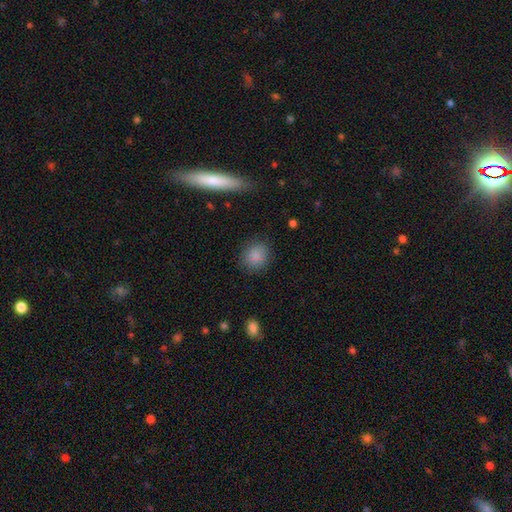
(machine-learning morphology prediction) A smooth galaxy with no disk features (85%) that is round (81%).

Vote fractions:
- Smooth or featured? smooth: 85% / star or artifact: 10% / featured or disk: 5%
- How rounded? round: 81% / in between: 17% / cigar-shaped: 1%
- Merging? none: 85% / minor disturbance: 10% / major disturbance: 3% / merger: 1%